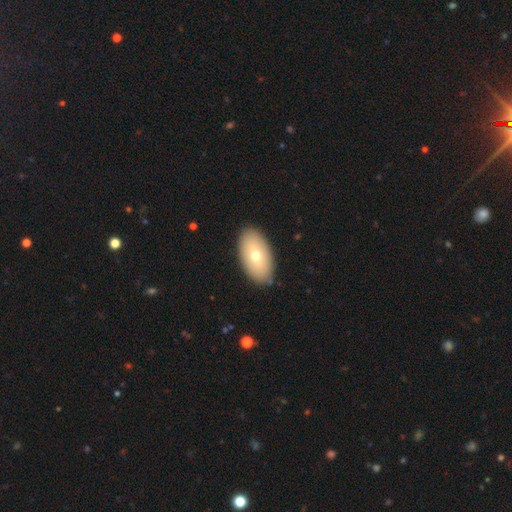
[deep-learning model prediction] This is likely a smooth galaxy (66%). How rounded: clearly in between (94%). Merging: clearly none (88%).